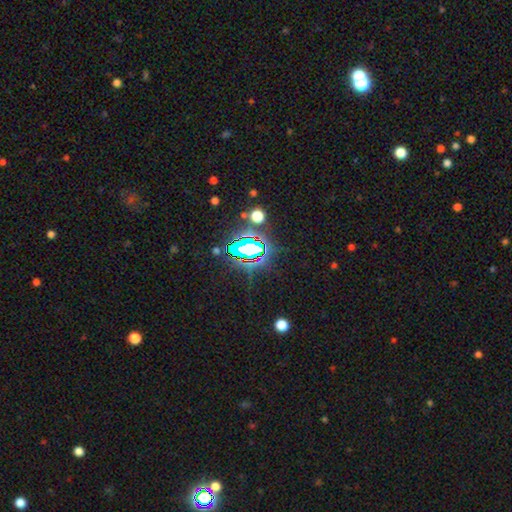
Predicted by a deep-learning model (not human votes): smooth_or_featured: star or artifact (p=0.81) [alt: smooth p=0.12]